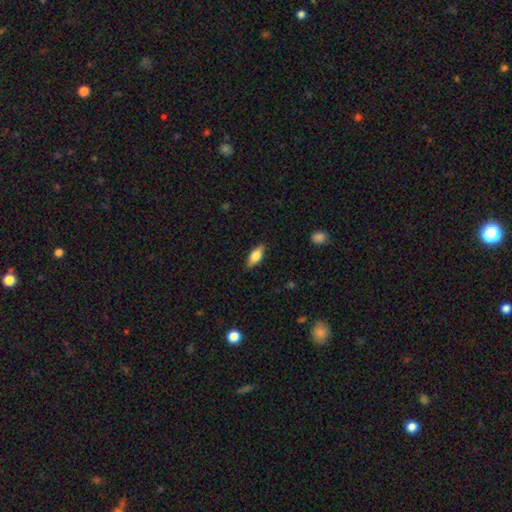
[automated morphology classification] A smooth galaxy with no disk features (71%) that is in between round and cigar-shaped (78%). Merging: none (84%).